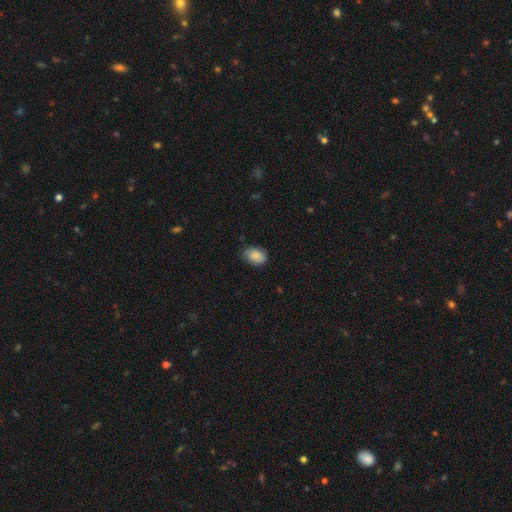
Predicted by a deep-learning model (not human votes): This is likely a smooth galaxy (80%). How rounded: likely in between (72%). Merging: likely none (66%).